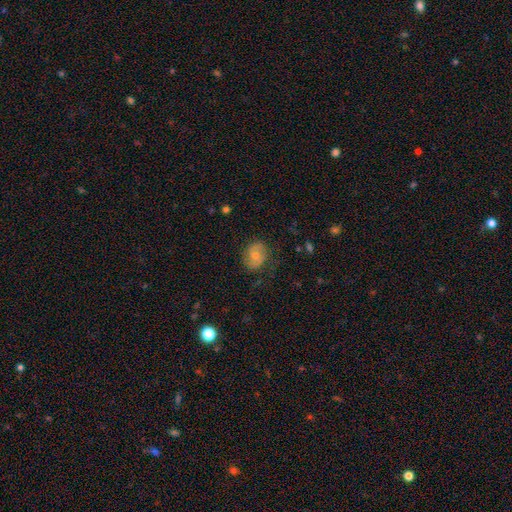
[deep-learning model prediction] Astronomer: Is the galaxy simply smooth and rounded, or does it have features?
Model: smooth — 51% (runner-up: featured or disk, 41%).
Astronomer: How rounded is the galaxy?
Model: in between — 51% (runner-up: round, 48%).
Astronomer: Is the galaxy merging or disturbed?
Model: none — 70%.